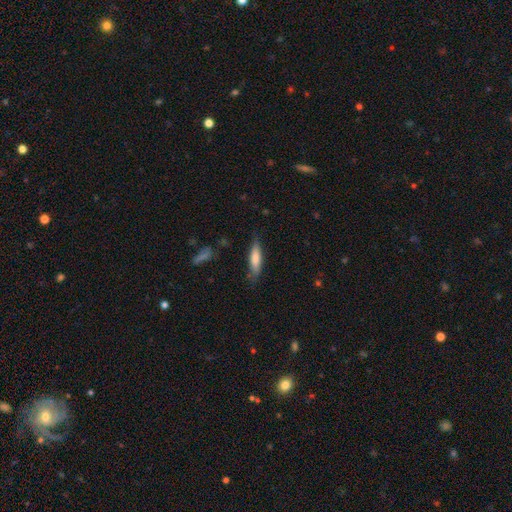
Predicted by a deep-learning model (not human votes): The model was most divided on "smooth or featured": smooth: 67%, featured or disk: 26%, star or artifact: 6%. More confident: merging — none (79%); how rounded — cigar-shaped (77%).